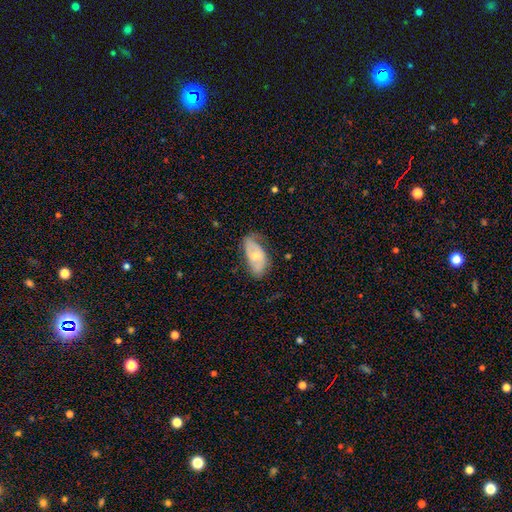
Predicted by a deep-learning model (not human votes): Overall: smooth (48%; featured or disk 45%). Merging: none (56%; minor disturbance 31%).